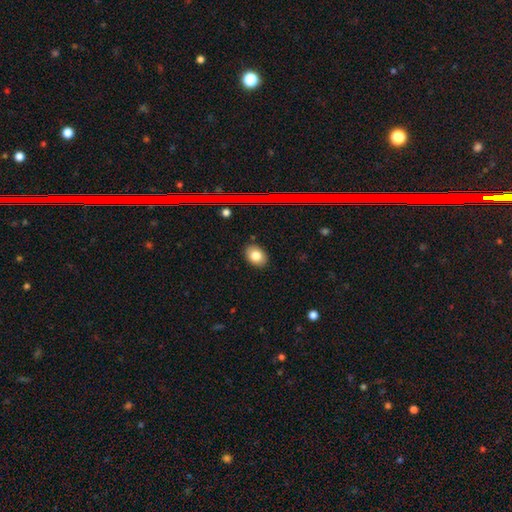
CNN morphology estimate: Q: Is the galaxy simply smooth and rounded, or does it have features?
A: smooth — 80%.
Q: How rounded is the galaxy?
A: in between — 65%.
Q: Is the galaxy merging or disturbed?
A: none — 88%.